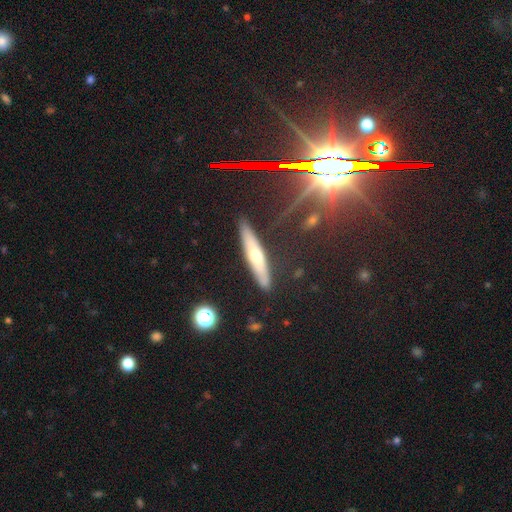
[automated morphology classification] A smooth galaxy with no disk features (46%).

Vote fractions:
- Smooth or featured? smooth: 46% / featured or disk: 45% / star or artifact: 9%
- Merging? none: 88% / minor disturbance: 9% / major disturbance: 2% / merger: 2%